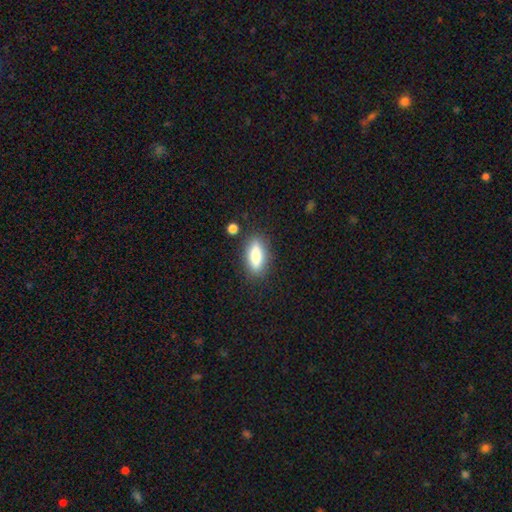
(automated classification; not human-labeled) A smooth galaxy with no disk features (76%) that is in between round and cigar-shaped (64%).

Vote fractions:
- Smooth or featured? smooth: 76% / featured or disk: 17% / star or artifact: 7%
- How rounded? in between: 64% / cigar-shaped: 33% / round: 3%
- Merging? none: 84% / minor disturbance: 10% / major disturbance: 3% / merger: 3%